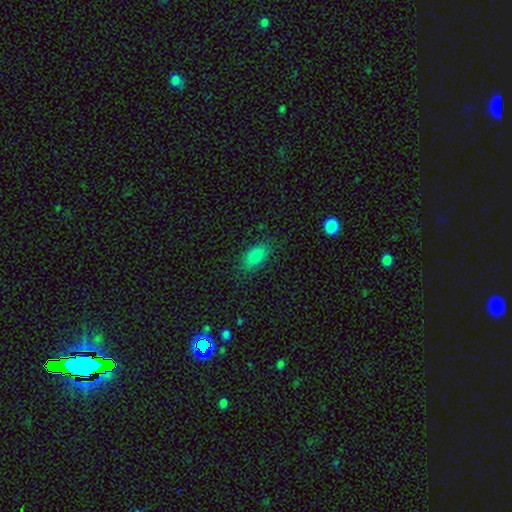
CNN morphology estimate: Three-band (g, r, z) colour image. It shows a smooth galaxy with no disk features (83%) that is in between round and cigar-shaped (89%). Merging: none (81%).